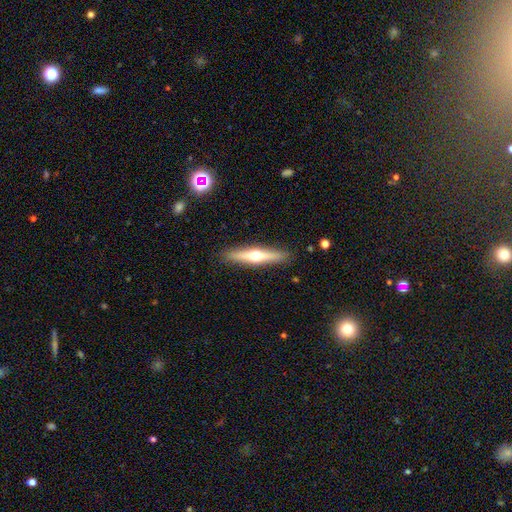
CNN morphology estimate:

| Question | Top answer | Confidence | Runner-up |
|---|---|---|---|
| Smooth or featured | featured or disk | 60% | smooth (35%) |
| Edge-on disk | yes | 95% | no (5%) |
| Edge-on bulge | rounded | 93% | none (5%) |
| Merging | none | 90% | minor disturbance (7%) |